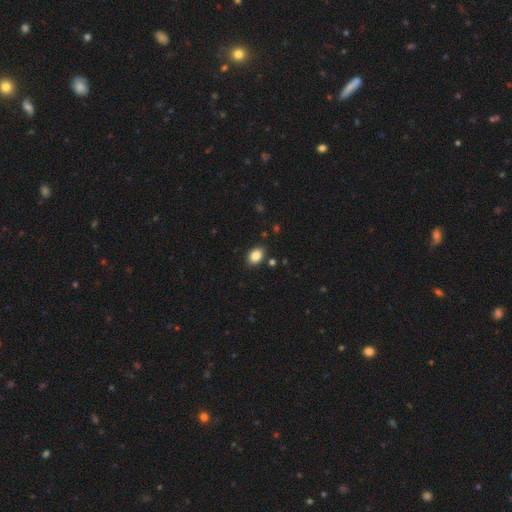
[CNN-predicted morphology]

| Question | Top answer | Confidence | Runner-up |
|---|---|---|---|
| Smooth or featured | smooth | 86% | star or artifact (9%) |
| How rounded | in between | 80% | round (19%) |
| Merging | none | 86% | minor disturbance (10%) |